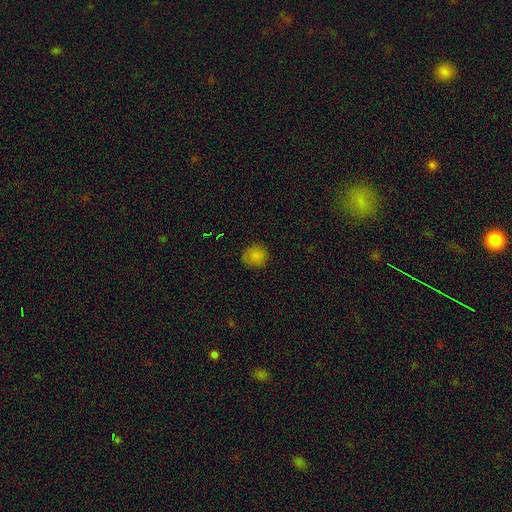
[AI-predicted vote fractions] This is clearly a smooth galaxy (82%). How rounded: clearly round (83%). Merging: clearly none (85%).